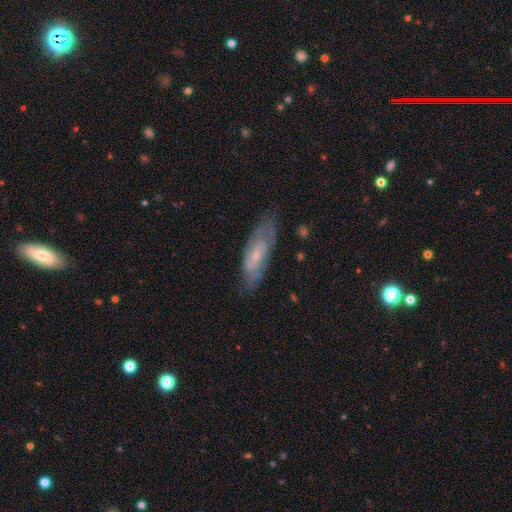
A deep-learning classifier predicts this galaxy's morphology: Smooth or featured: featured or disk — 66% (smooth — 26%)
Edge-on disk: no — 78% (yes — 22%)
Bar: weak — 45% (no — 39%)
Spiral arms: yes — 75% (no — 25%)
Bulge size: small — 69% (moderate — 23%)
Merging: none — 74% (minor disturbance — 18%)